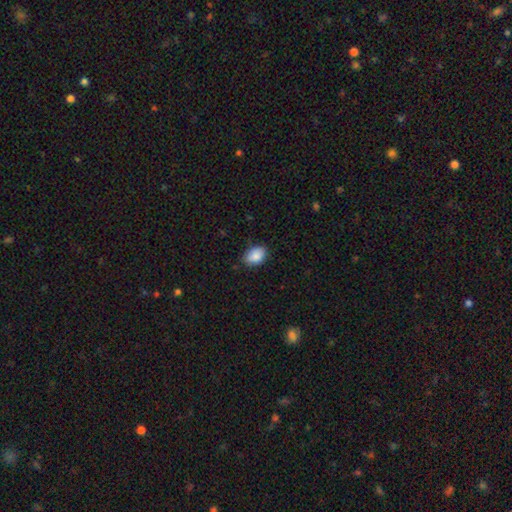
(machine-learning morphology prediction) Overall: smooth (87%). How rounded: in between (85%). Merging: none (81%).